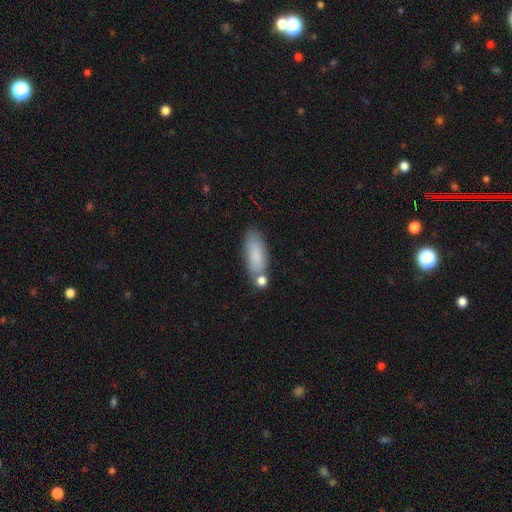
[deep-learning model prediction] smooth-or-featured: smooth: 84% | featured or disk: 9% | star or artifact: 7%
  how-rounded: in between: 73% | cigar-shaped: 24% | round: 2%
  merging: none: 62% | merger: 17% | minor disturbance: 17% | major disturbance: 5%